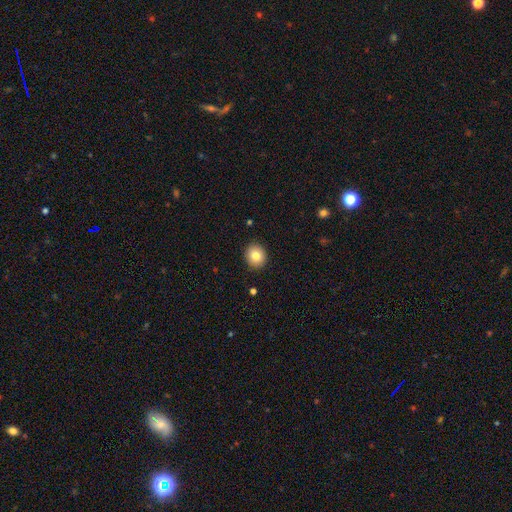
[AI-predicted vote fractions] Smooth or featured?
  - smooth: 81% *
  - star or artifact: 9%
  - featured or disk: 9%
How rounded?
  - round: 79% *
  - in between: 21%
  - cigar-shaped: 1%
Merging?
  - none: 91% *
  - minor disturbance: 6%
  - major disturbance: 2%
  - merger: 1%